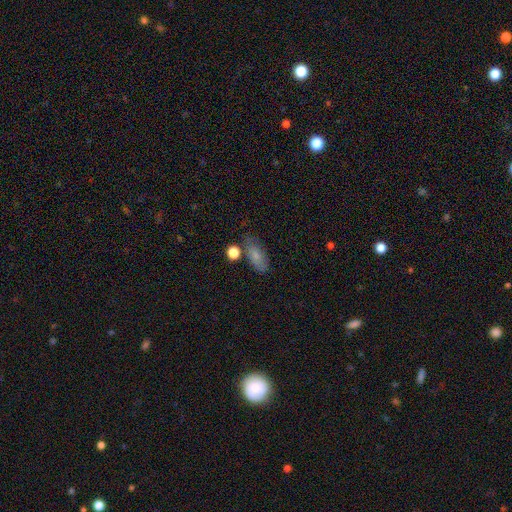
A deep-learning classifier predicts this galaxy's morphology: Overall: smooth (77%). How rounded: in between (82%). Merging: none (63%).